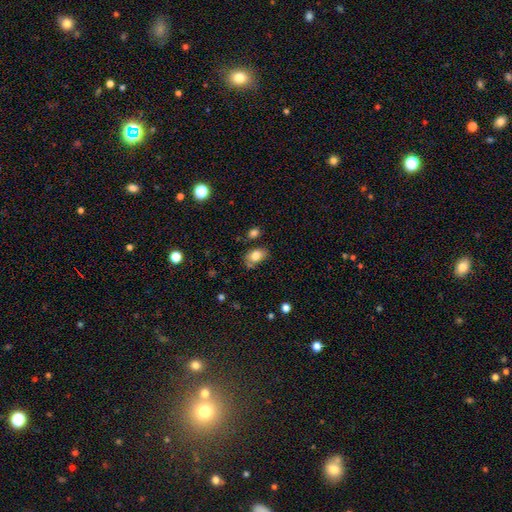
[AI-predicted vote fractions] A smooth galaxy with no disk features (81%) that is in between round and cigar-shaped (82%). Merging: none (64%).